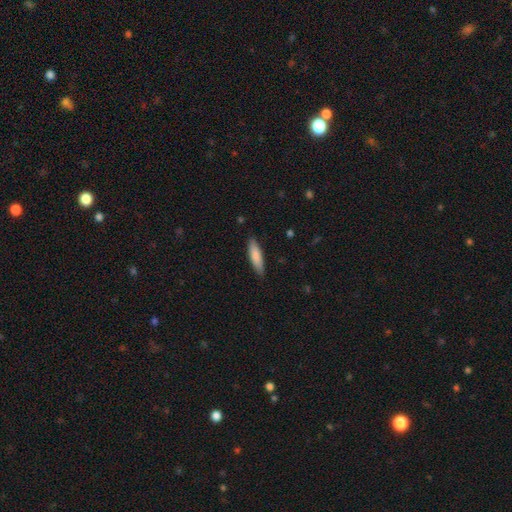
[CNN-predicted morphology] This appears to be a smooth galaxy with no disk features (84%) that is cigar-shaped (69%). Merging: none (87%).